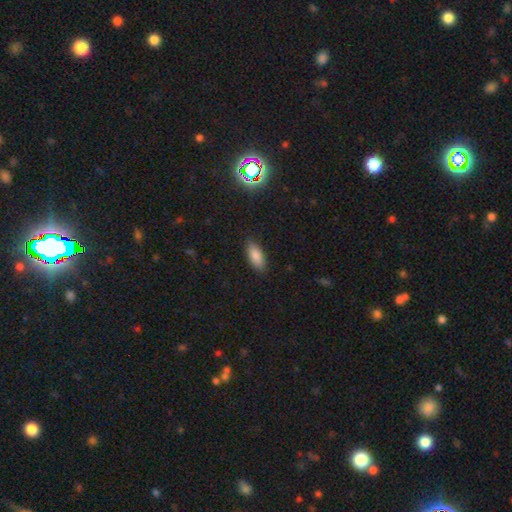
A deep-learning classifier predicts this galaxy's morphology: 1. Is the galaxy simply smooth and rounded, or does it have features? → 85% smooth, 8% star or artifact, 6% featured or disk.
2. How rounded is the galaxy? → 86% in between, 12% cigar-shaped, 2% round.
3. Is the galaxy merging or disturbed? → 86% none, 10% minor disturbance, 2% major disturbance, 1% merger.